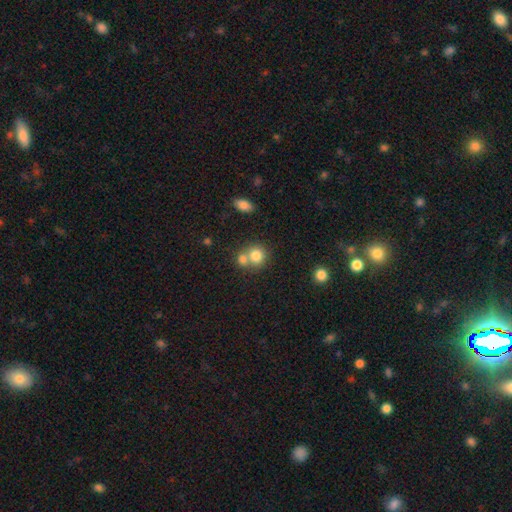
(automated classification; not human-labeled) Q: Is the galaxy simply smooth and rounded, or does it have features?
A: smooth — 80%.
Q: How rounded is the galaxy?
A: round — 81%.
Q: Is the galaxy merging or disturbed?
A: merger — 48%.